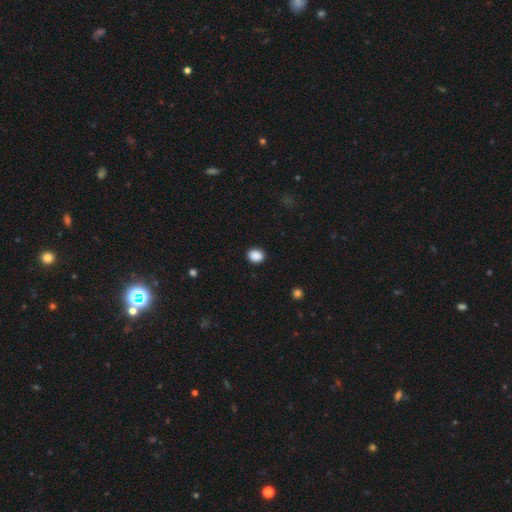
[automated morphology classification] Smooth or featured? Predicted: smooth (p=0.89). How rounded? Predicted: in between (p=0.53). Merging? Predicted: none (p=0.89).